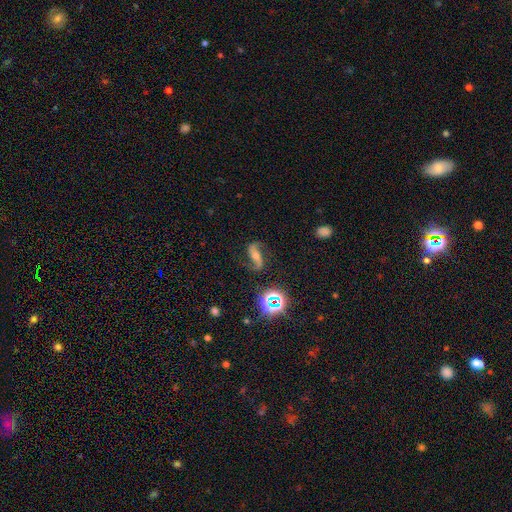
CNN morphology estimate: This is likely a featured or disk galaxy (78%). It is clearly not viewed edge-on (95%). Bar: marginally strong (42%). Spiral arm pattern: clearly yes (95%). Spiral arm count: clearly 2 (92%). Spiral winding: likely loose (69%). Central bulge: possibly moderate (48%). Merging: likely none (77%).